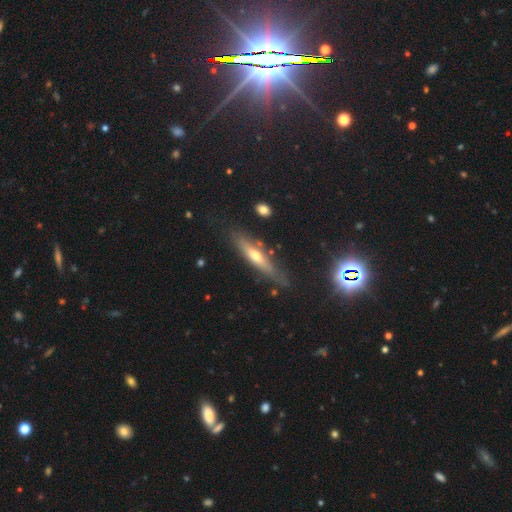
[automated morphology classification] Smooth or featured? featured or disk (55%)
Edge-on disk? yes (82%)
Merging? none (74%)